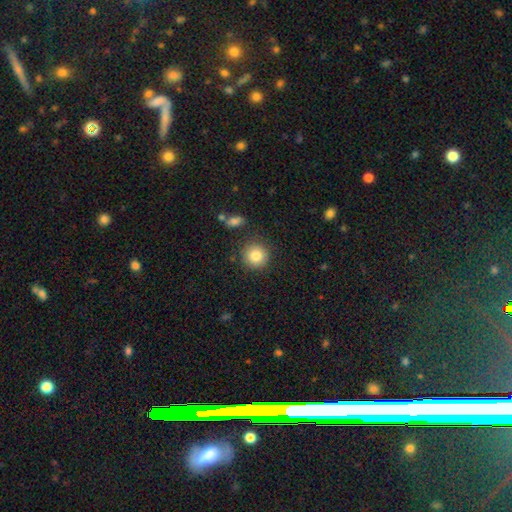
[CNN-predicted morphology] The model was most divided on "smooth or featured": smooth: 84%, star or artifact: 9%, featured or disk: 7%. More confident: how rounded — round (93%); merging — none (86%).